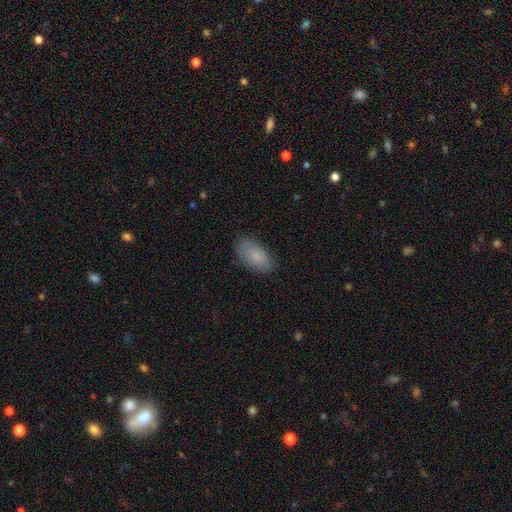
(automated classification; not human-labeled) A smooth galaxy with no disk features (84%) that is in between round and cigar-shaped (94%).

Vote fractions:
- Smooth or featured? smooth: 84% / featured or disk: 9% / star or artifact: 7%
- How rounded? in between: 94% / round: 4% / cigar-shaped: 3%
- Merging? none: 82% / minor disturbance: 14% / major disturbance: 3% / merger: 1%